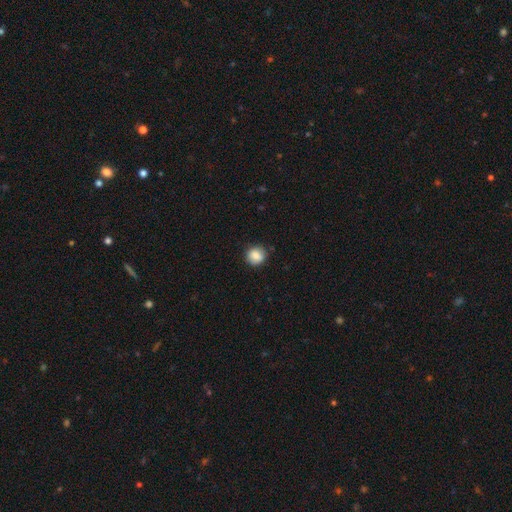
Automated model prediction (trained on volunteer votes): smooth 85%, star or artifact 9%, featured or disk 6%. Down the decision tree: how rounded — round (87%); merging — none (83%).